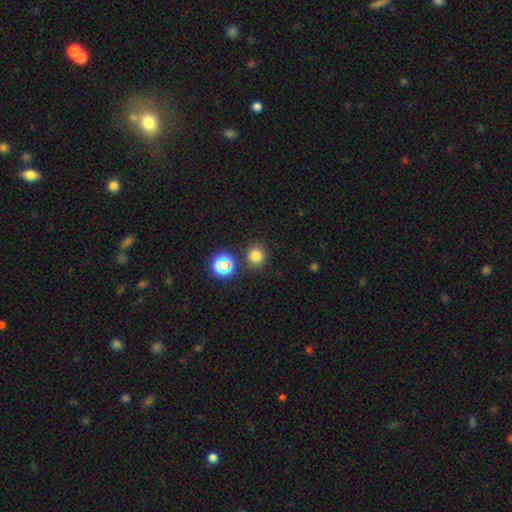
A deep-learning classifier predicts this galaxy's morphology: This is likely a smooth galaxy (76%). How rounded: likely round (80%). Merging: clearly none (83%).